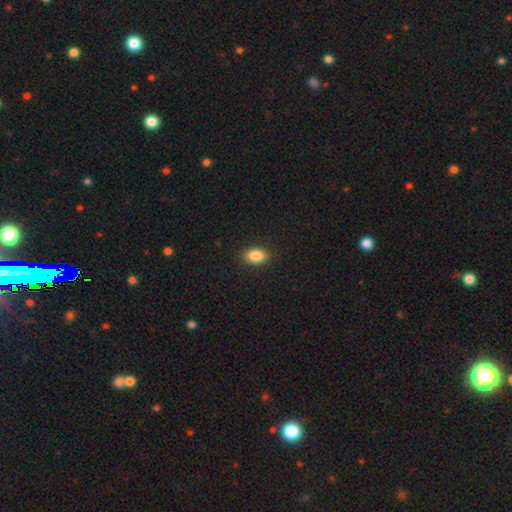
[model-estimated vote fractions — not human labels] Smooth or featured?
  - smooth: 87% *
  - star or artifact: 8%
  - featured or disk: 5%
How rounded?
  - in between: 87% *
  - round: 11%
  - cigar-shaped: 2%
Merging?
  - none: 89% *
  - minor disturbance: 8%
  - major disturbance: 2%
  - merger: 1%